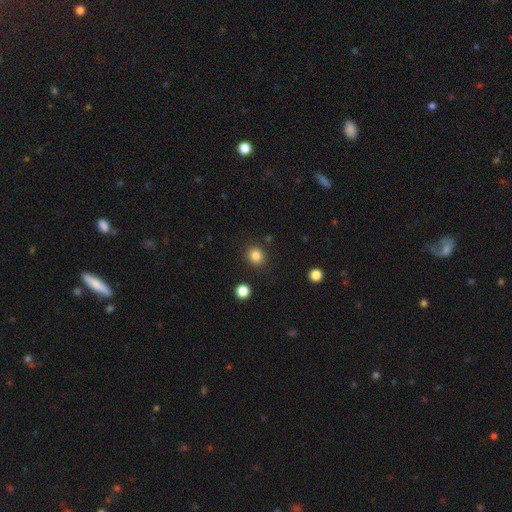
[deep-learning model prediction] Smooth or featured: smooth — 84% (star or artifact — 11%)
How rounded: round — 83% (in between — 16%)
Merging: none — 88% (minor disturbance — 7%)